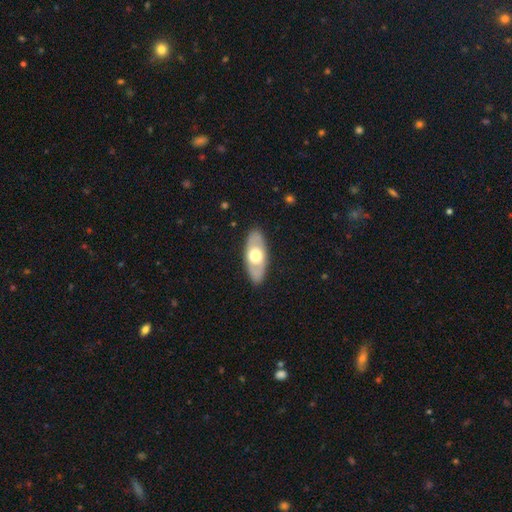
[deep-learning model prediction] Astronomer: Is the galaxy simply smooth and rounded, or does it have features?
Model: featured or disk — 49% (runner-up: smooth, 47%).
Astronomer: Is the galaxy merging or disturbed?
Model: none — 86%.